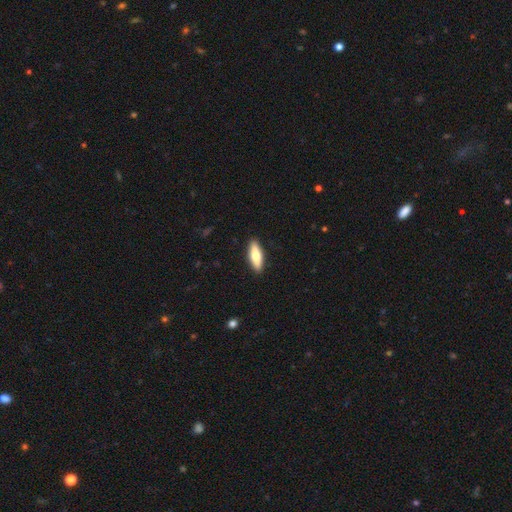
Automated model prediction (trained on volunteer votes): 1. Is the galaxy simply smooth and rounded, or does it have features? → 69% smooth, 26% featured or disk, 5% star or artifact.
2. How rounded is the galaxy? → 49% cigar-shaped (tied), 49% in between (tied), 2% round.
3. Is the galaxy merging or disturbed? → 91% none, 7% minor disturbance, 1% major disturbance, 1% merger.